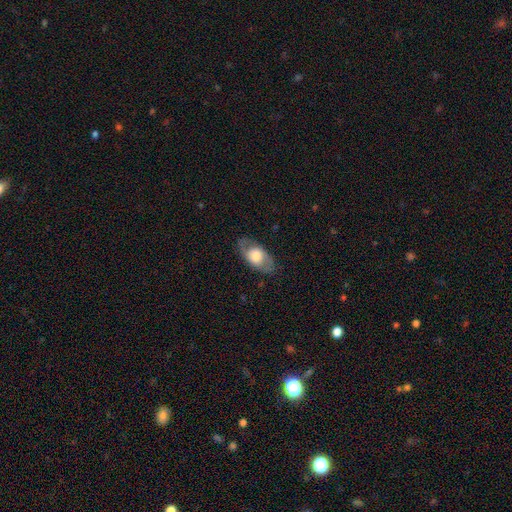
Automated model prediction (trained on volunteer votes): Q: Smooth or featured?
A: smooth (52%); runner-up: featured or disk (42%)
Q: How rounded?
A: in between (87%); runner-up: round (9%)
Q: Merging?
A: none (78%); runner-up: minor disturbance (14%)